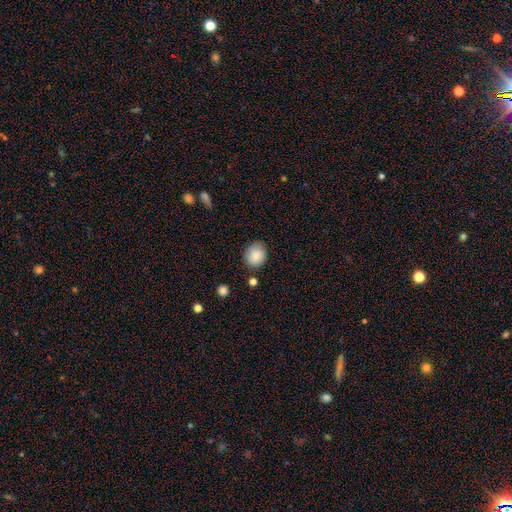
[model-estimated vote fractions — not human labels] This appears to be a smooth galaxy with no disk features (86%) that is round (71%). Merging: none (80%).